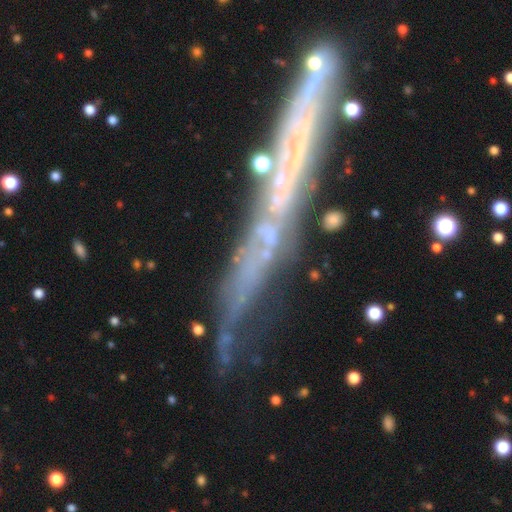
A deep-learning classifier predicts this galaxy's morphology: smooth-or-featured: featured or disk: 67% | smooth: 20% | star or artifact: 13%
  disk-edge-on: yes: 78% | no: 22%
    edge-on-bulge: none: 86% | rounded: 9% | boxy: 5%
  merging: none: 67% | minor disturbance: 21% | major disturbance: 7% | merger: 5%